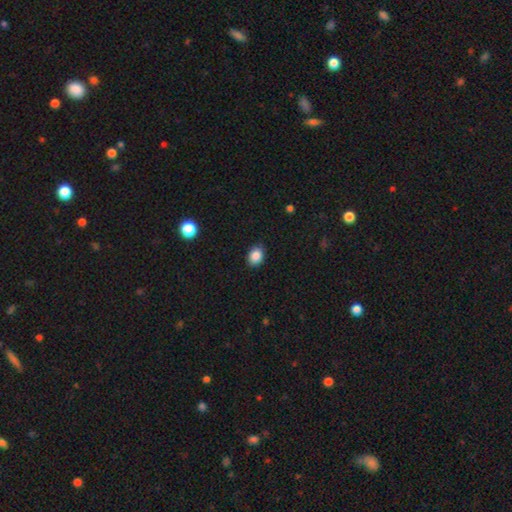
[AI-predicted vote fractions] Smooth or featured: smooth — 87% (star or artifact — 9%)
How rounded: in between — 64% (round — 35%)
Merging: none — 88% (minor disturbance — 9%)